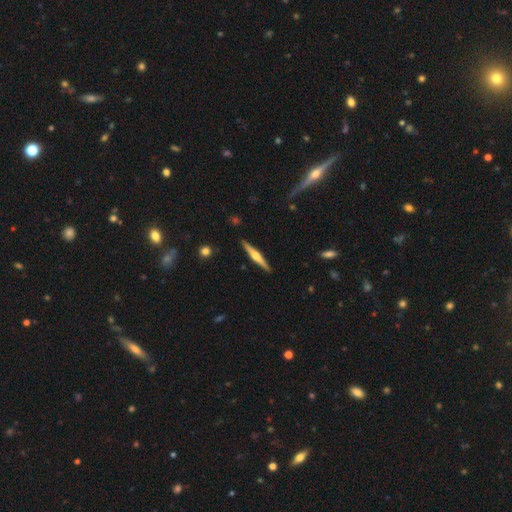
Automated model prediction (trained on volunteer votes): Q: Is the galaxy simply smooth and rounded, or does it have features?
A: featured or disk — 67%.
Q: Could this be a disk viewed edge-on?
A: yes — 98%.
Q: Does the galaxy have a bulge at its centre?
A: rounded — 87%.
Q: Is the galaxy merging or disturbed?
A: none — 91%.